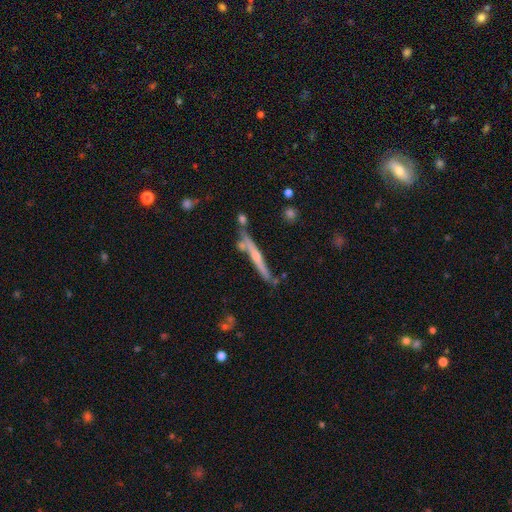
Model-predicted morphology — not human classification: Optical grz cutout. It shows a featured or disk galaxy (65%) viewed edge-on (95%) with a rounded central bulge (65%). Merging: none (70%).